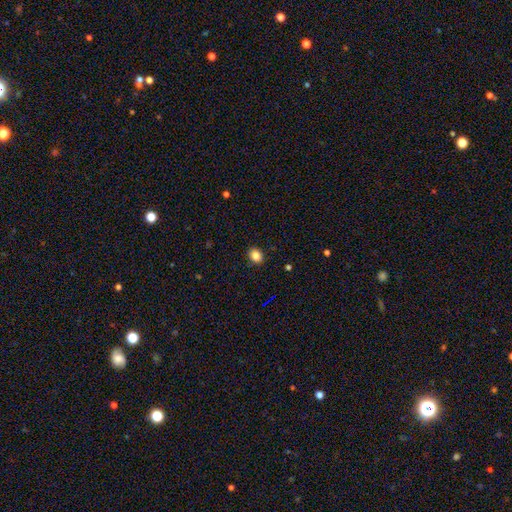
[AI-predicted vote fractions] Smooth or featured? smooth (84%)
How rounded? in between (57%)
Merging? none (90%)